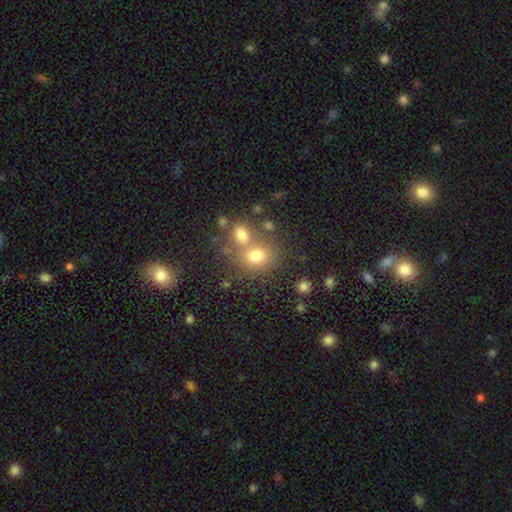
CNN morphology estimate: A smooth galaxy with no disk features (73%) that is round (61%). Merging: none (47%).